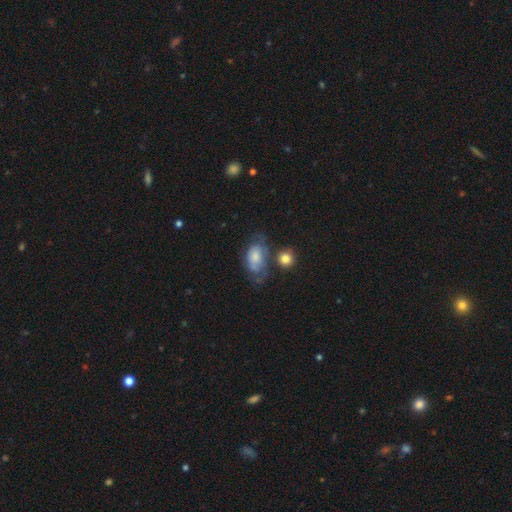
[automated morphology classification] The model was most divided on "smooth or featured": smooth: 46%, featured or disk: 43%, star or artifact: 10%. Remaining: merging — none (44%).